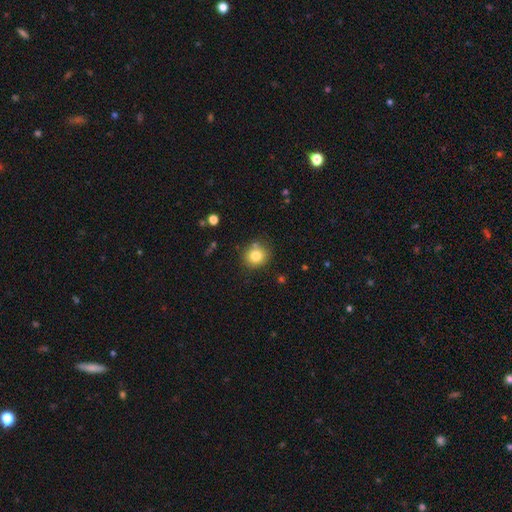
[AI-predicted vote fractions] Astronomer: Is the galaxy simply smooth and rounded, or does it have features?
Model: smooth — 81%.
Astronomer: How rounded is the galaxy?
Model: round — 82%.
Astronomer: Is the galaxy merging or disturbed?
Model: none — 80%.